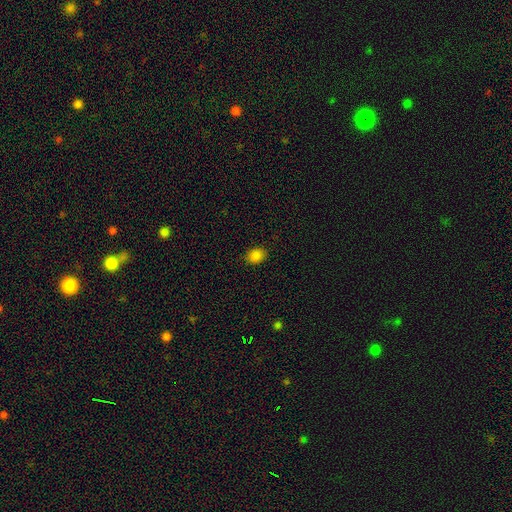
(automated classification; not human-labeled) smooth 85%, star or artifact 12%, featured or disk 3%. Down the decision tree: how rounded — in between (58%); merging — none (88%).